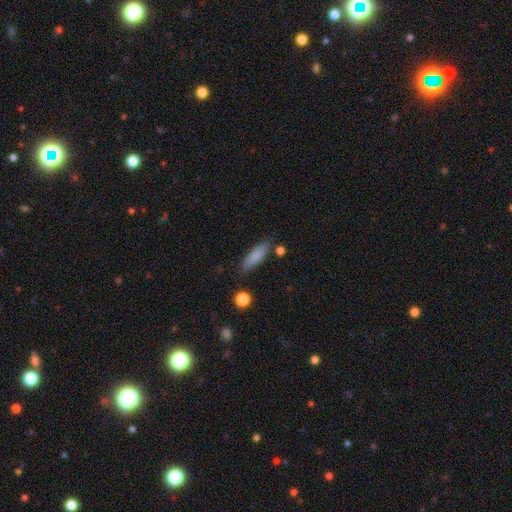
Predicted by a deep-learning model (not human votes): The model was most divided on "how rounded": cigar-shaped: 52%, in between: 46%, round: 2%. More confident: smooth or featured — smooth (83%); merging — none (81%).